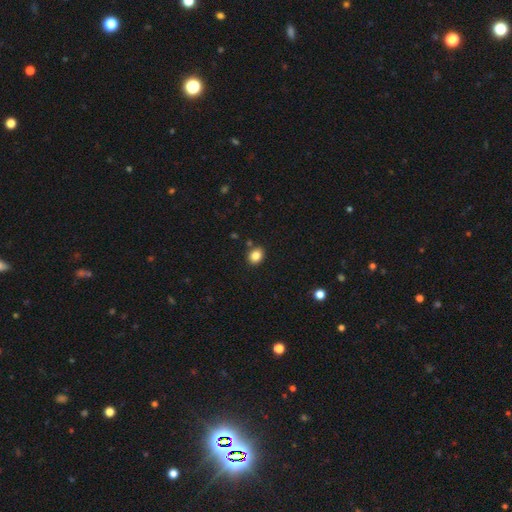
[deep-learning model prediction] A smooth galaxy with no disk features (84%) that is round (57%). Merging: none (85%).